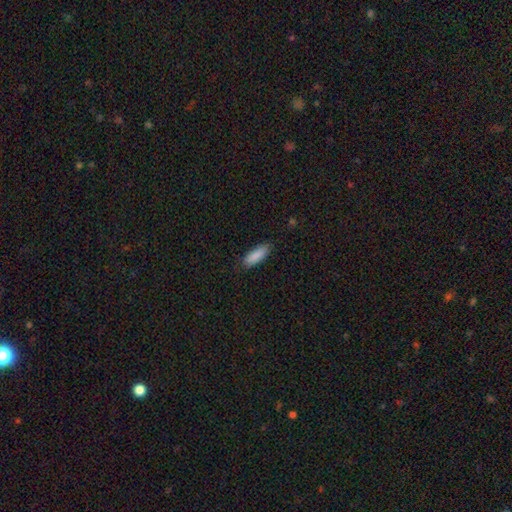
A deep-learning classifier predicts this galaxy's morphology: smooth 88%, star or artifact 6%, featured or disk 5%. Down the decision tree: how rounded — in between (61%); merging — none (84%).